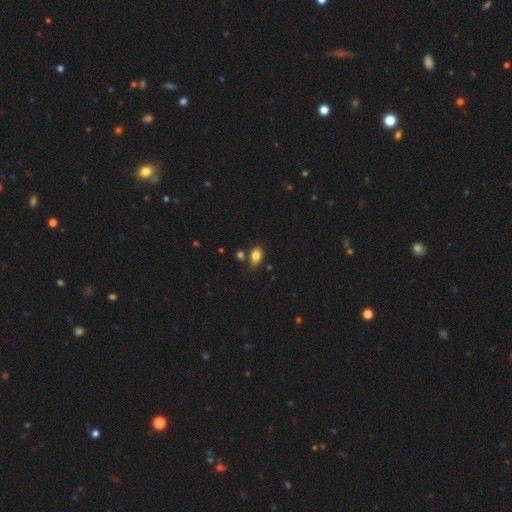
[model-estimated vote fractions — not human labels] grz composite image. It shows a smooth galaxy with no disk features (83%) that is in between round and cigar-shaped (90%). Merging: none (71%).